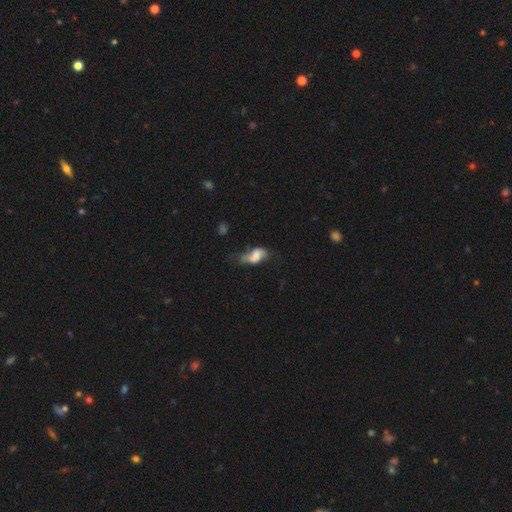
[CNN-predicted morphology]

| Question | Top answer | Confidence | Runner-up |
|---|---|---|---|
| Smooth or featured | smooth | 62% | featured or disk (28%) |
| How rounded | in between | 86% | round (8%) |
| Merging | major disturbance | 32% | minor disturbance (30%) |